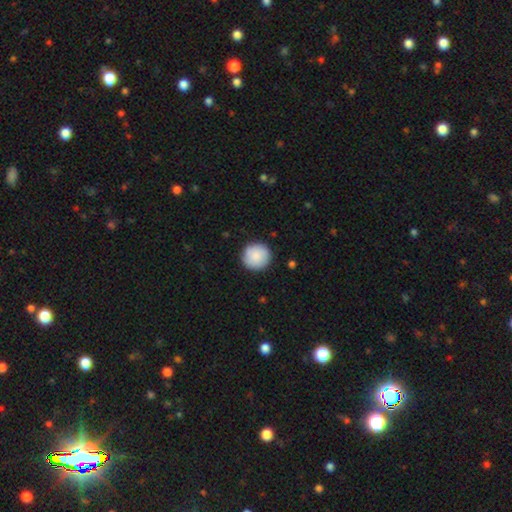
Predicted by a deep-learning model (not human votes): This appears to be a smooth galaxy with no disk features (84%) that is round (95%). Merging: none (89%).